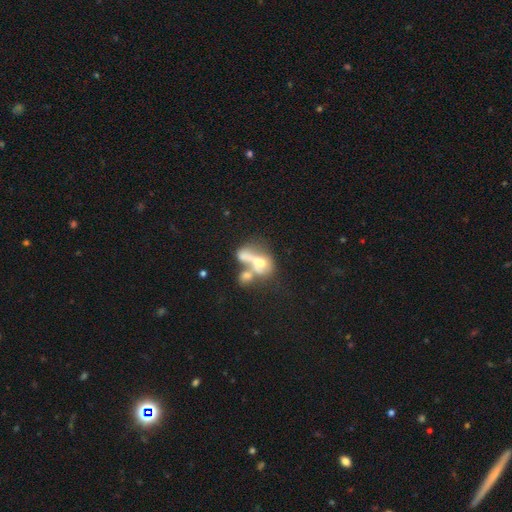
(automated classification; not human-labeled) smooth_or_featured: featured or disk (p=0.44) [alt: smooth p=0.42]
merging: merger (p=0.64) [alt: major disturbance p=0.15]